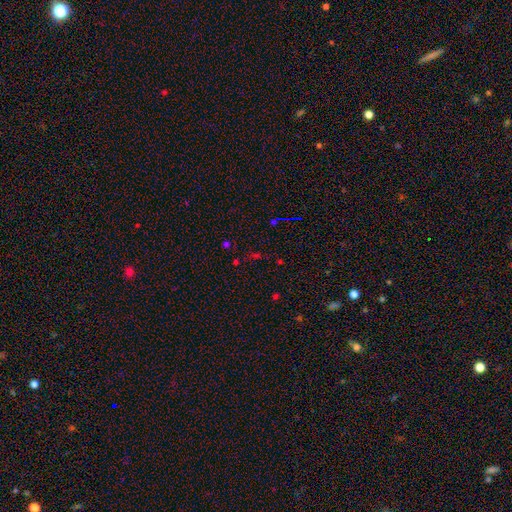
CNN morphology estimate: smooth-or-featured: star or artifact: 60% | smooth: 30% | featured or disk: 9%